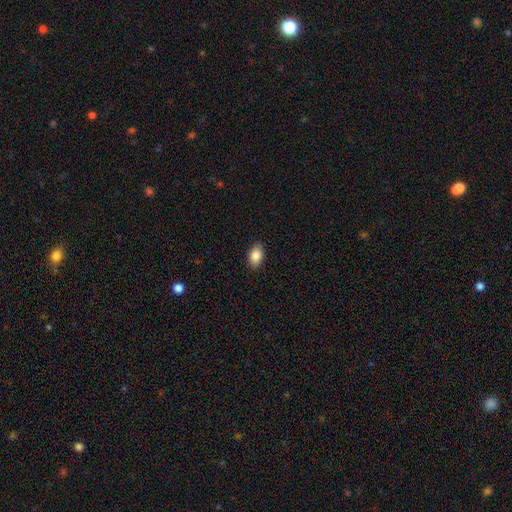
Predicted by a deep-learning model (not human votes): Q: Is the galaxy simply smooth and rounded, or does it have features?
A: smooth — 87%.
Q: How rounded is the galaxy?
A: in between — 90%.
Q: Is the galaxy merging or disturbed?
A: none — 89%.